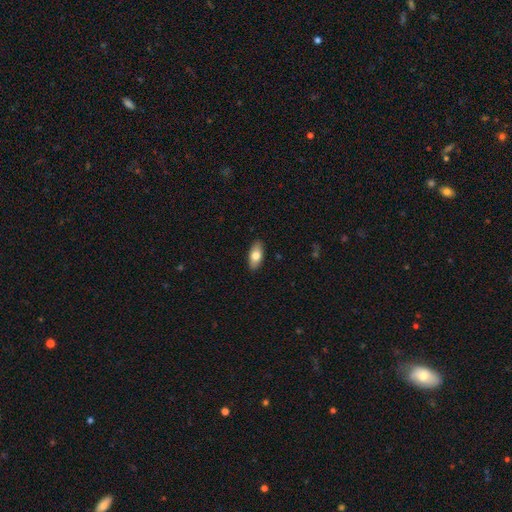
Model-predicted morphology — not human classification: Smooth or featured?
  - smooth: 76% *
  - featured or disk: 18%
  - star or artifact: 6%
How rounded?
  - in between: 87% *
  - cigar-shaped: 10%
  - round: 3%
Merging?
  - none: 89% *
  - minor disturbance: 8%
  - major disturbance: 2%
  - merger: 1%